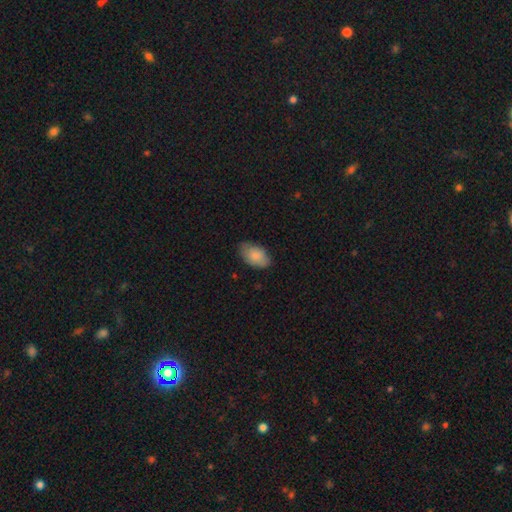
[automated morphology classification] smooth-or-featured: smooth: 83% | featured or disk: 10% | star or artifact: 6%
  how-rounded: in between: 94% | round: 5% | cigar-shaped: 1%
  merging: none: 76% | minor disturbance: 20% | major disturbance: 3% | merger: 1%